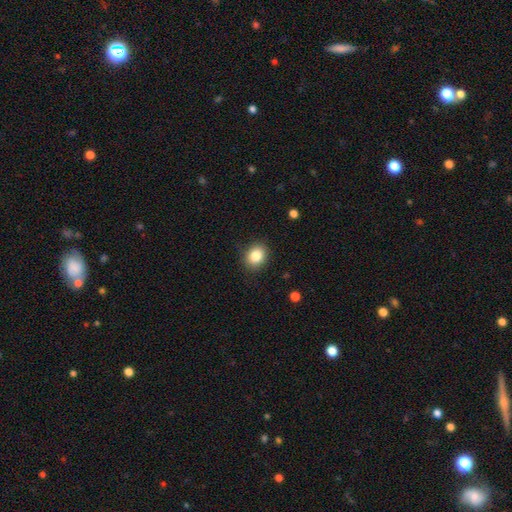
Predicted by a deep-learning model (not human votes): smooth-or-featured: smooth: 85% | star or artifact: 9% | featured or disk: 6%
  how-rounded: round: 57% | in between: 42% | cigar-shaped: 1%
  merging: none: 87% | minor disturbance: 10% | major disturbance: 3% | merger: 1%